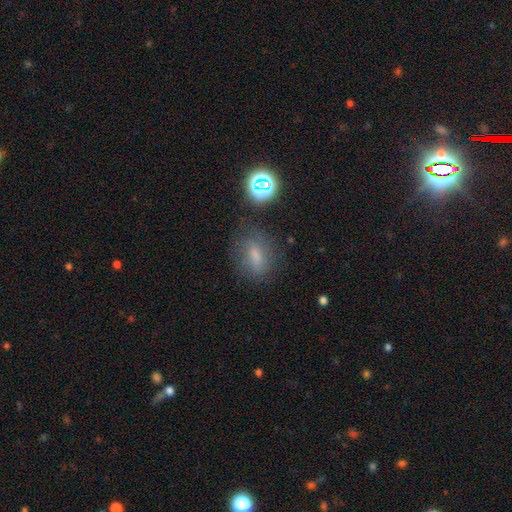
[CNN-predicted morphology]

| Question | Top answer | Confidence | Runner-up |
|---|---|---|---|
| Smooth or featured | smooth | 63% | star or artifact (19%) |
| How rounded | in between | 66% | round (21%) |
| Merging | none | 71% | minor disturbance (18%) |